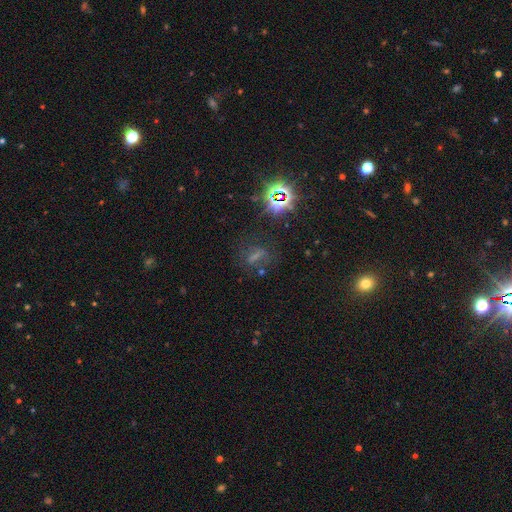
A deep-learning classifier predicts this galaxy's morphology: Overall: star or artifact (44%; smooth 34%).